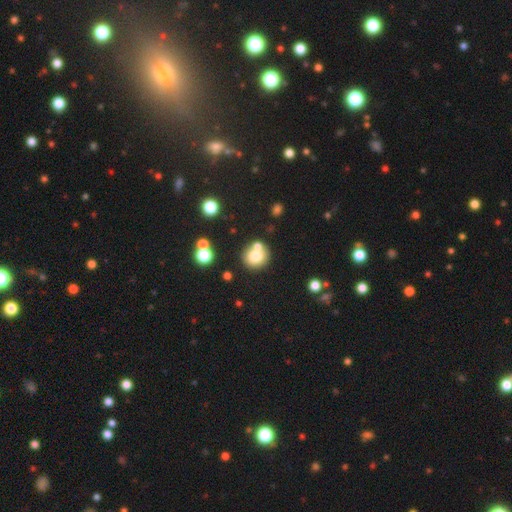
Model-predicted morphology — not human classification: Smooth or featured: smooth — 74% (featured or disk — 14%)
How rounded: round — 88% (in between — 11%)
Merging: none — 62% (merger — 25%)